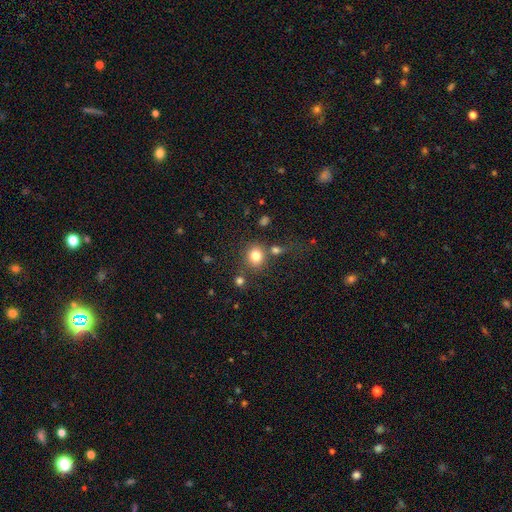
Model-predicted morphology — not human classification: Smooth or featured? Predicted: smooth (p=0.80). How rounded? Predicted: round (p=0.77). Merging? Predicted: none (p=0.68).